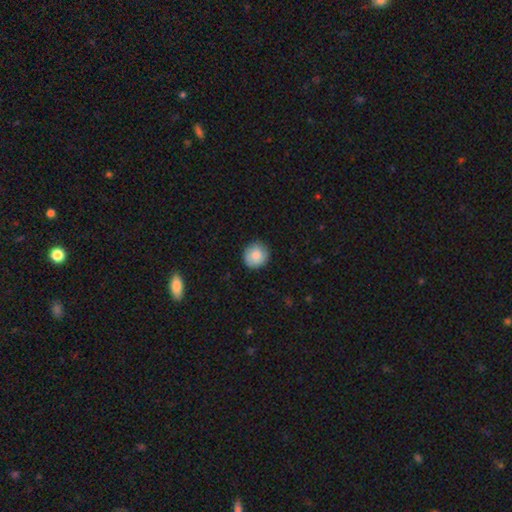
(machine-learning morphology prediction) Smooth or featured? Predicted: smooth (p=0.83). How rounded? Predicted: round (p=0.92). Merging? Predicted: none (p=0.87).